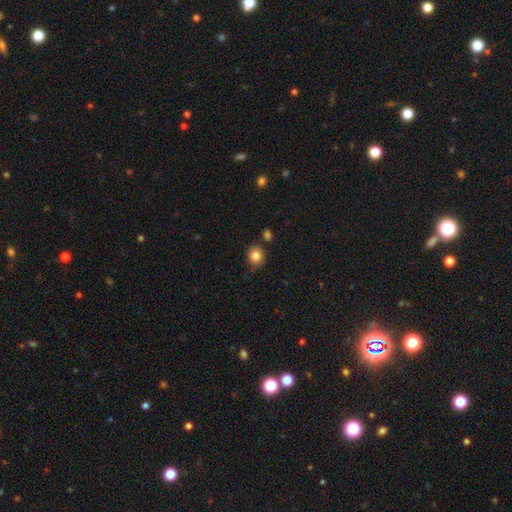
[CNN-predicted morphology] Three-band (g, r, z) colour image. It shows a smooth galaxy with no disk features (84%) that is round (73%). Merging: none (76%).